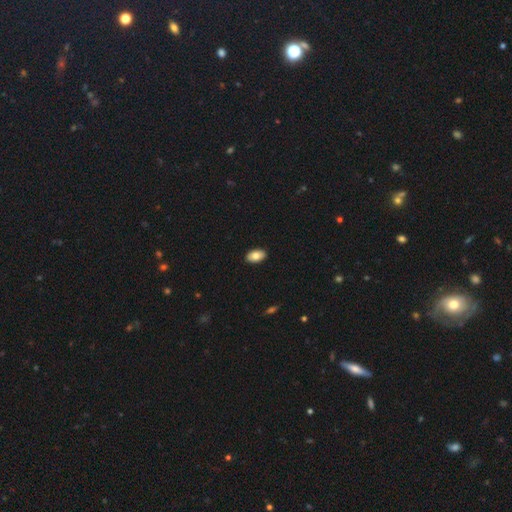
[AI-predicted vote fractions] Smooth or featured: smooth — 81% (featured or disk — 12%)
How rounded: in between — 94% (round — 5%)
Merging: none — 91% (minor disturbance — 7%)